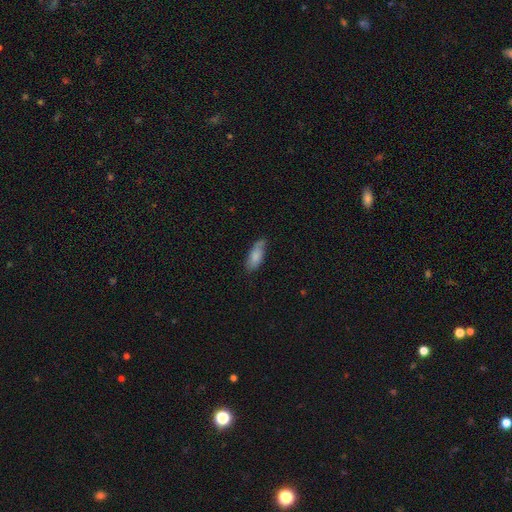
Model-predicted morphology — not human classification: smooth-or-featured: smooth: 80% | featured or disk: 14% | star or artifact: 6%
  how-rounded: in between: 76% | cigar-shaped: 22% | round: 2%
  merging: none: 63% | minor disturbance: 29% | major disturbance: 6% | merger: 2%